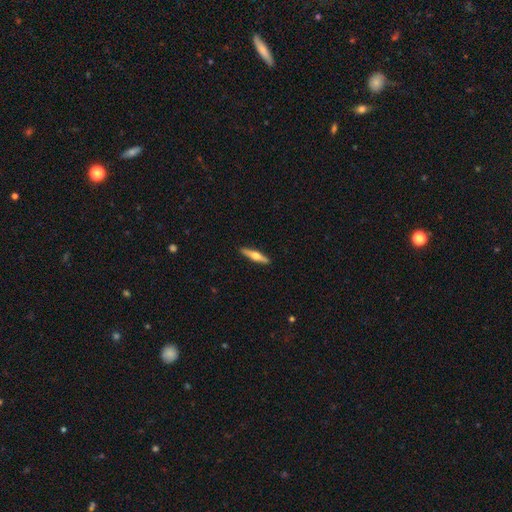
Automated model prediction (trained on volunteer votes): A featured or disk galaxy (55%) viewed edge-on (95%) with a rounded central bulge (93%). Merging: none (91%).